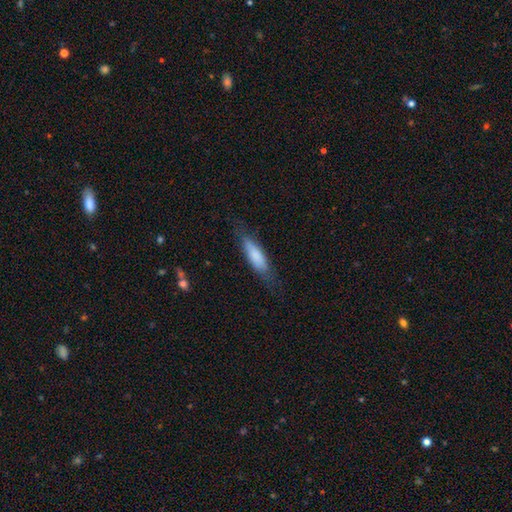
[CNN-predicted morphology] A smooth galaxy with no disk features (76%) that is cigar-shaped (61%). Merging: none (71%).